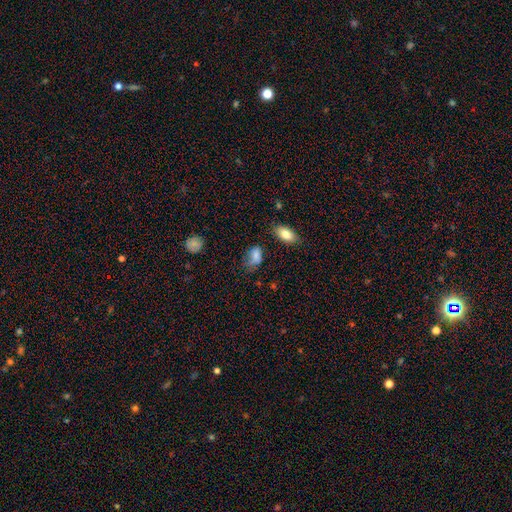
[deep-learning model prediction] Q: Smooth or featured?
A: smooth (78%); runner-up: star or artifact (11%)
Q: How rounded?
A: in between (86%); runner-up: round (12%)
Q: Merging?
A: none (41%); runner-up: minor disturbance (36%)